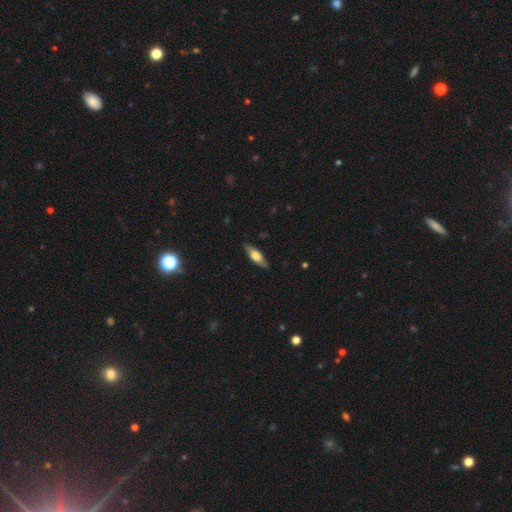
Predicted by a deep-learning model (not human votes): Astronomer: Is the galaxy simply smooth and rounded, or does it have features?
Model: smooth — 54% (runner-up: featured or disk, 40%).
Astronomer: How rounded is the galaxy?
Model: in between — 56% (runner-up: cigar-shaped, 41%).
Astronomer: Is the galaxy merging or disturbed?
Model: none — 84%.